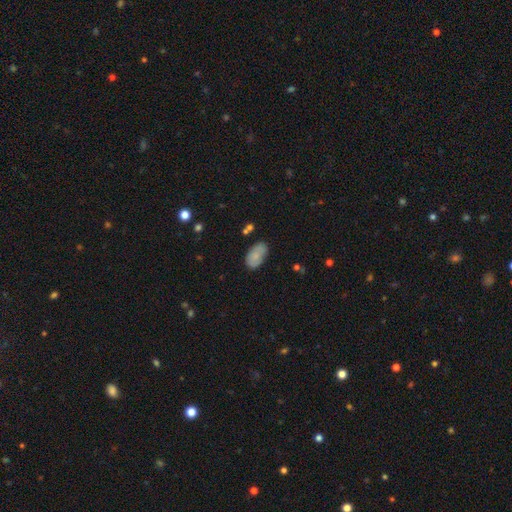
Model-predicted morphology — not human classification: Smooth or featured? smooth (78%)
How rounded? in between (94%)
Merging? none (72%)